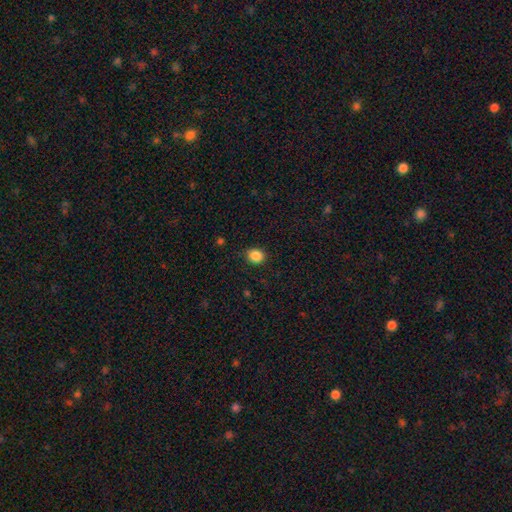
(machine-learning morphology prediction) type=smooth (87%); roundness=round (72%); merging=none (87%).